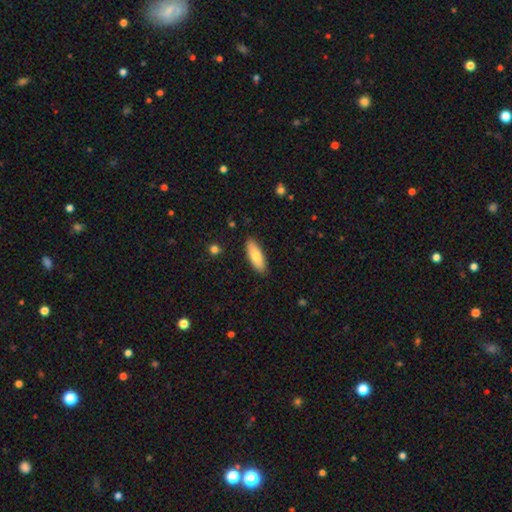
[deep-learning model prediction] Q: Smooth or featured?
A: smooth (76%); runner-up: featured or disk (18%)
Q: How rounded?
A: in between (61%); runner-up: cigar-shaped (37%)
Q: Merging?
A: none (89%); runner-up: minor disturbance (8%)